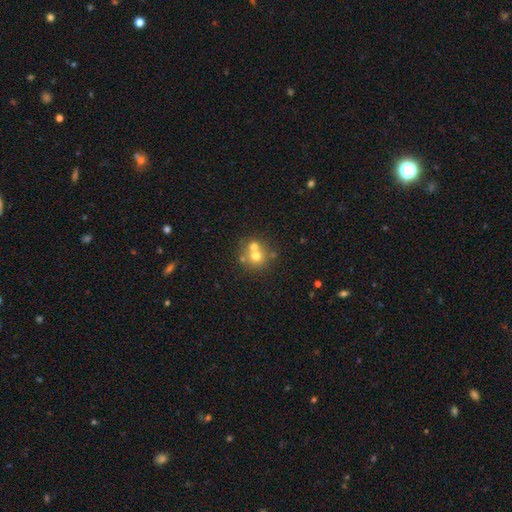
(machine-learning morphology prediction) A smooth galaxy with no disk features (63%) that is round (86%).

Vote fractions:
- Smooth or featured? smooth: 63% / featured or disk: 23% / star or artifact: 14%
- How rounded? round: 86% / in between: 13% / cigar-shaped: 1%
- Merging? merger: 47% / none: 43% / minor disturbance: 7% / major disturbance: 3%